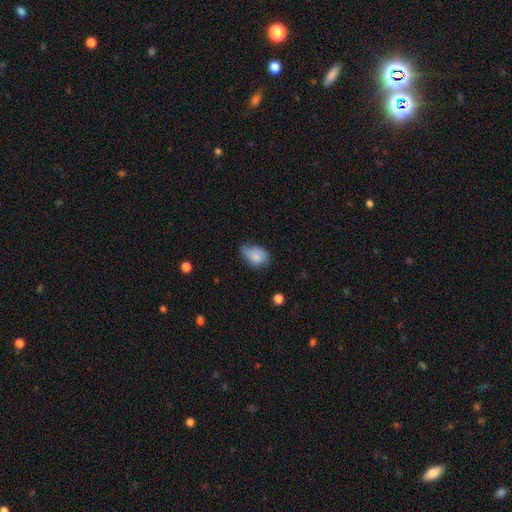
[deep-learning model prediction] This is likely a smooth galaxy (75%). How rounded: clearly in between (84%). Merging: possibly none (46%).